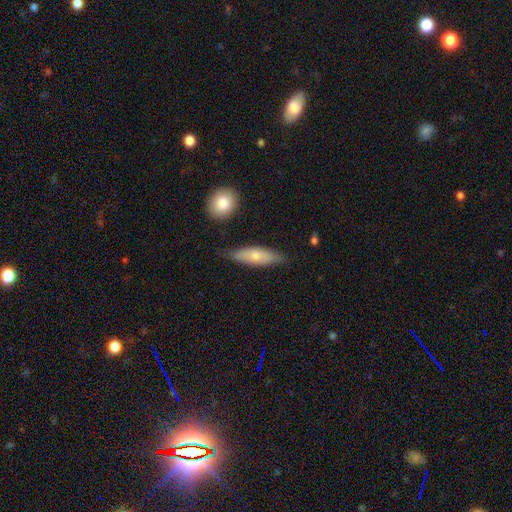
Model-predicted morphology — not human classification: A smooth galaxy with no disk features (64%) that is in between round and cigar-shaped (51%).

Vote fractions:
- Smooth or featured? smooth: 64% / featured or disk: 30% / star or artifact: 6%
- How rounded? in between: 51% / cigar-shaped: 46% / round: 3%
- Merging? none: 72% / minor disturbance: 21% / major disturbance: 4% / merger: 3%